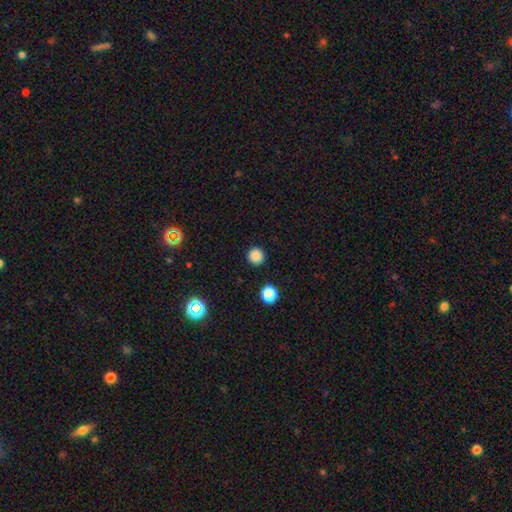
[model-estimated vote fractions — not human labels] Smooth or featured? smooth (85%)
How rounded? round (96%)
Merging? none (92%)